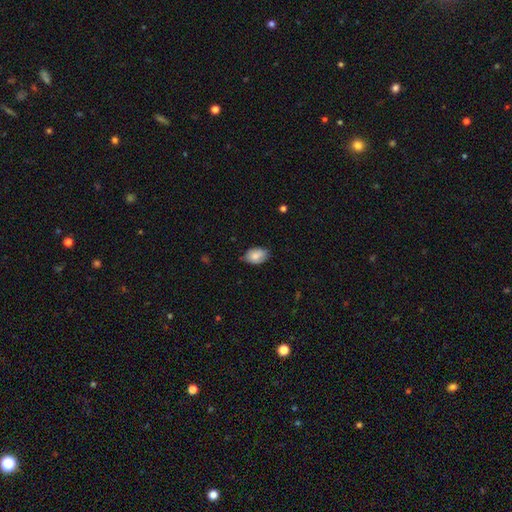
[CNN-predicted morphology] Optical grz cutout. It shows a smooth galaxy with no disk features (80%) that is in between round and cigar-shaped (88%). Merging: none (68%).